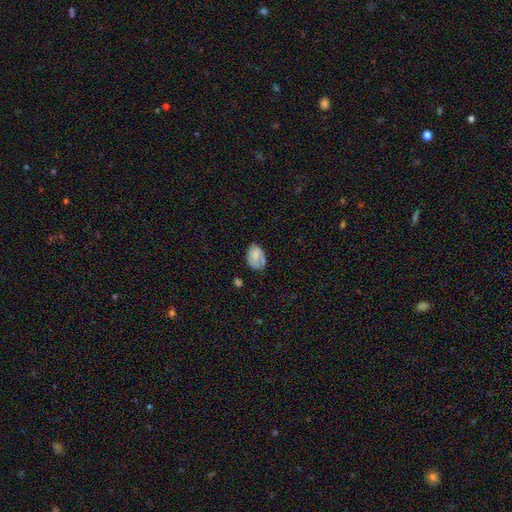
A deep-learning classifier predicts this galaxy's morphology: Smooth or featured?
  - smooth: 68% *
  - featured or disk: 23%
  - star or artifact: 9%
How rounded?
  - in between: 83% *
  - round: 16%
  - cigar-shaped: 1%
Merging?
  - none: 59% *
  - minor disturbance: 28%
  - major disturbance: 9%
  - merger: 4%